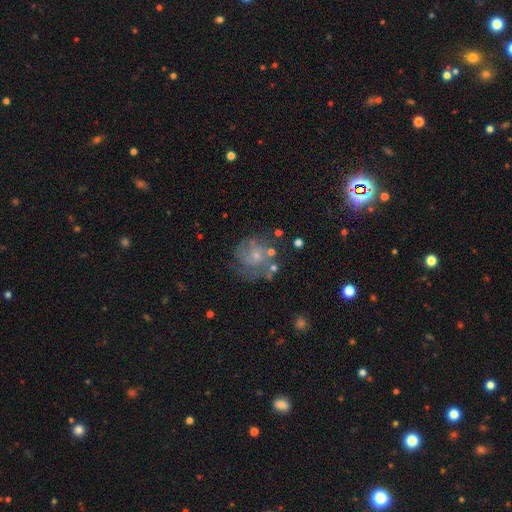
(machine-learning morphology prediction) A featured or disk galaxy (63%) with no bar (81%), spiral arms (77%) and a small central bulge (72%). Merging: none (61%).